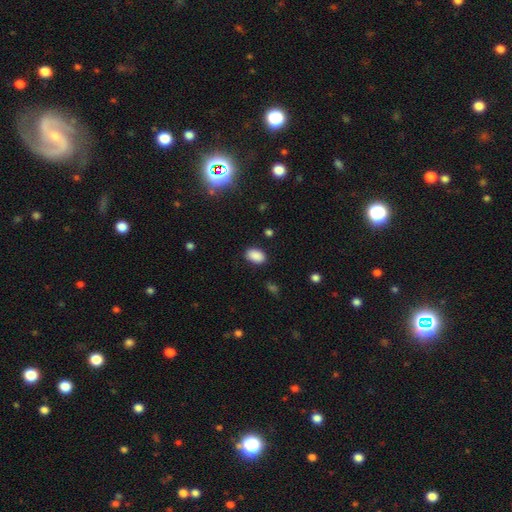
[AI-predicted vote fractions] A smooth galaxy with no disk features (88%) that is in between round and cigar-shaped (87%).

Vote fractions:
- Smooth or featured? smooth: 88% / star or artifact: 9% / featured or disk: 3%
- How rounded? in between: 87% / round: 11% / cigar-shaped: 1%
- Merging? none: 87% / minor disturbance: 10% / major disturbance: 3% / merger: 1%